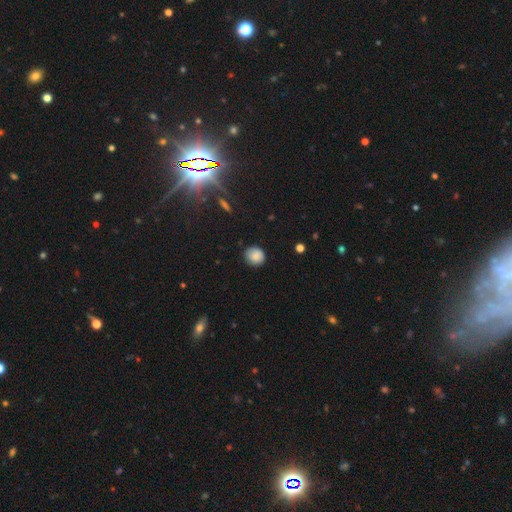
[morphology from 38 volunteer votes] smooth 92%, star or artifact 5%, featured or disk 3%. Down the decision tree: how rounded — round (77%); merging — none (81%).